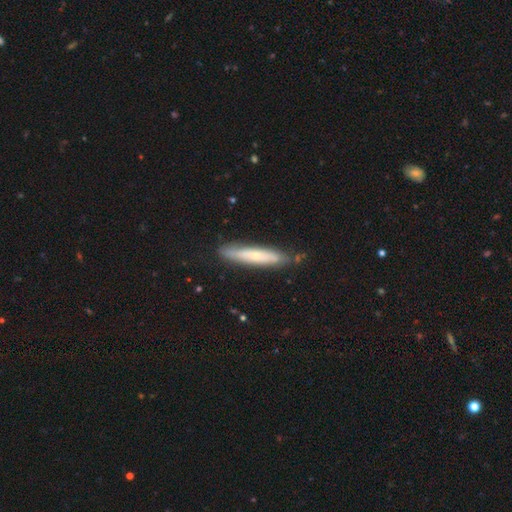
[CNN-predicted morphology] Overall: featured or disk (49%; smooth 45%). Merging: none (80%).